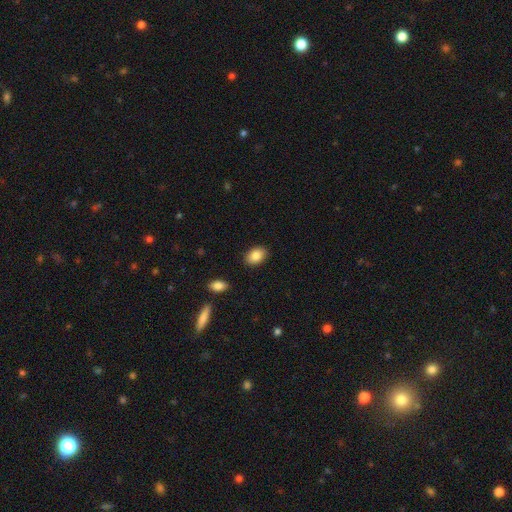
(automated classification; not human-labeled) The model was most divided on "how rounded": in between: 83%, round: 16%, cigar-shaped: 1%. More confident: merging — none (88%); smooth or featured — smooth (86%).